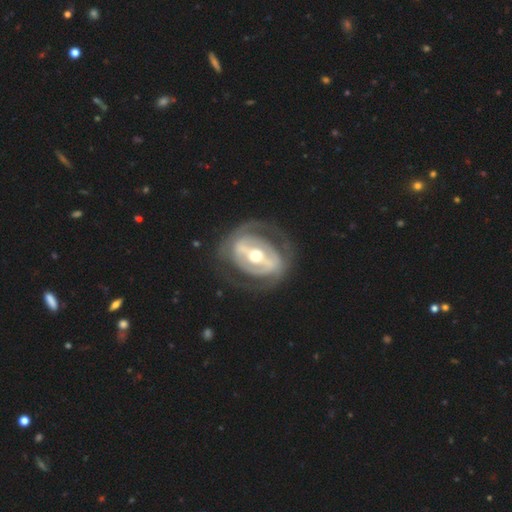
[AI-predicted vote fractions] This is clearly a featured or disk galaxy (82%). It is clearly not viewed edge-on (94%). Bar: likely strong (64%). Spiral arm pattern: possibly yes (56%). Central bulge: likely moderate (72%). Merging: likely none (72%).